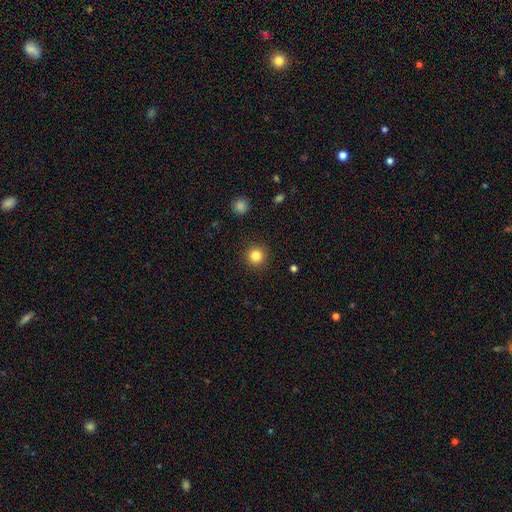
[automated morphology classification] Smooth or featured? Predicted: smooth (p=0.83). How rounded? Predicted: round (p=0.95). Merging? Predicted: none (p=0.91).